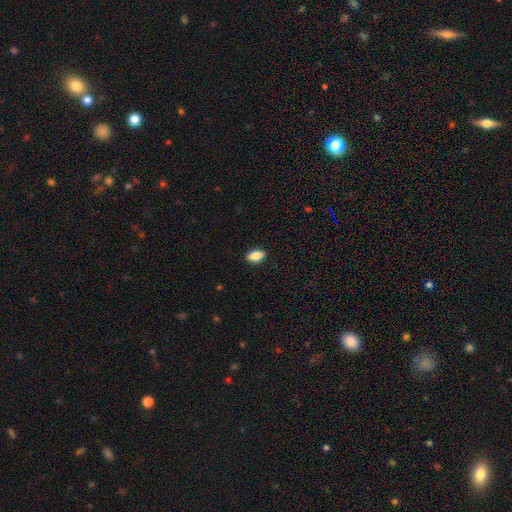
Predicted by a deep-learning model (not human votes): This appears to be a smooth galaxy with no disk features (83%) that is in between round and cigar-shaped (88%). Merging: none (89%).